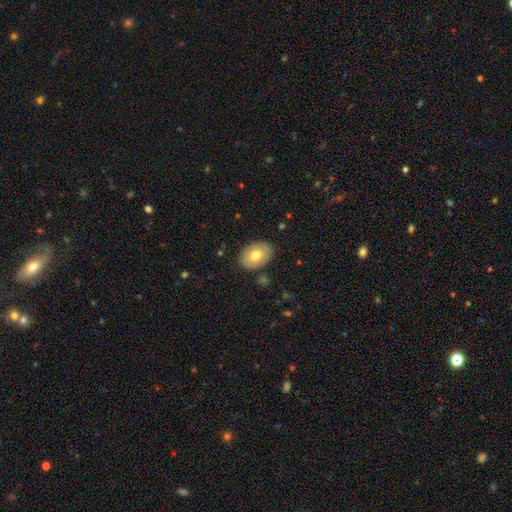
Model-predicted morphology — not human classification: Smooth or featured: smooth — 70% (featured or disk — 24%)
How rounded: in between — 77% (round — 22%)
Merging: none — 85% (minor disturbance — 10%)